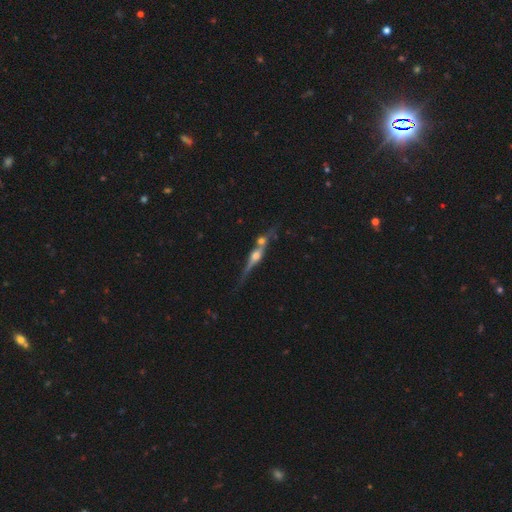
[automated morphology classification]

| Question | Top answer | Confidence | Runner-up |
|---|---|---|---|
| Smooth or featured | featured or disk | 78% | smooth (15%) |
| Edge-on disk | yes | 95% | no (5%) |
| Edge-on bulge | rounded | 92% | boxy (5%) |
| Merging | none | 58% | merger (24%) |